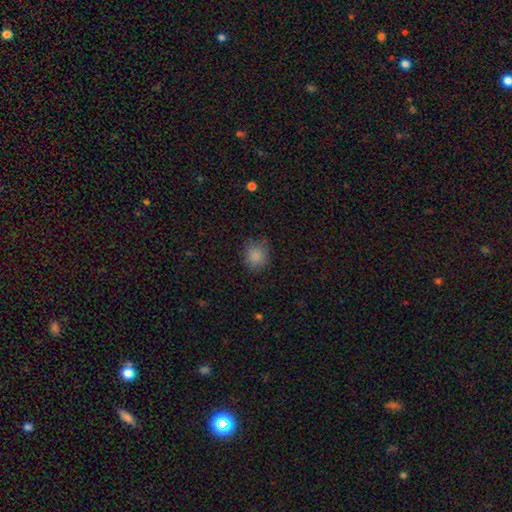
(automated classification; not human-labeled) Smooth or featured? Predicted: smooth (p=0.86). How rounded? Predicted: round (p=0.79). Merging? Predicted: none (p=0.80).